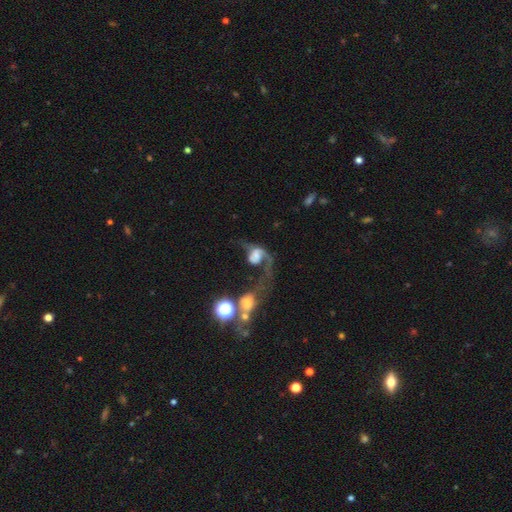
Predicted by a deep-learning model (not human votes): This is possibly a featured or disk galaxy (59%). It is clearly not viewed edge-on (96%). Bar: likely no (68%). Spiral arm pattern: likely yes (74%). Central bulge: marginally moderate (26%). Merging: marginally major disturbance (42%).